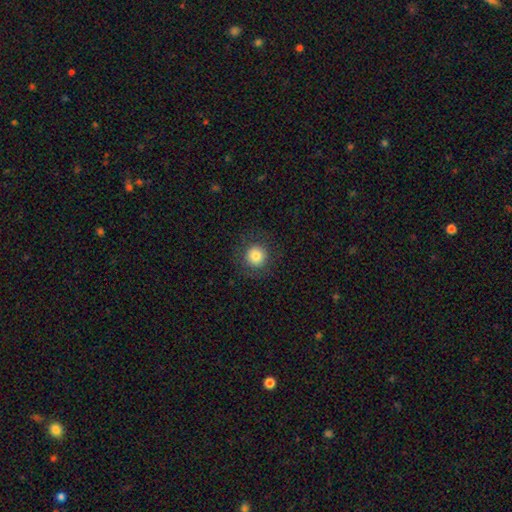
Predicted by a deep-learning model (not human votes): smooth_or_featured: smooth (p=0.82) [alt: star or artifact p=0.10]
how_rounded: round (p=0.94) [alt: in between p=0.05]
merging: none (p=0.87) [alt: minor disturbance p=0.08]